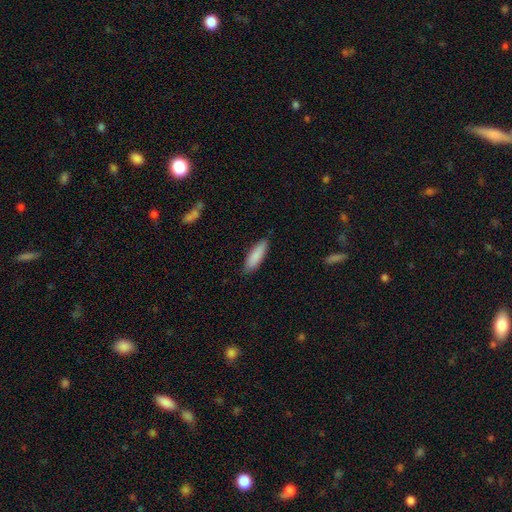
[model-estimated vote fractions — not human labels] smooth_or_featured: smooth (p=0.86) [alt: featured or disk p=0.08]
how_rounded: in between (p=0.50) [alt: cigar-shaped p=0.49]
merging: none (p=0.84) [alt: minor disturbance p=0.13]